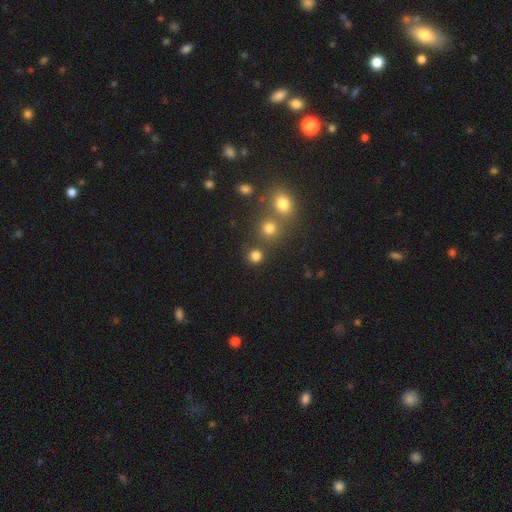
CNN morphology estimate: Smooth or featured?
  - smooth: 79% *
  - star or artifact: 16%
  - featured or disk: 5%
How rounded?
  - round: 89% *
  - in between: 10%
  - cigar-shaped: 1%
Merging?
  - none: 75% *
  - merger: 14%
  - minor disturbance: 7%
  - major disturbance: 4%